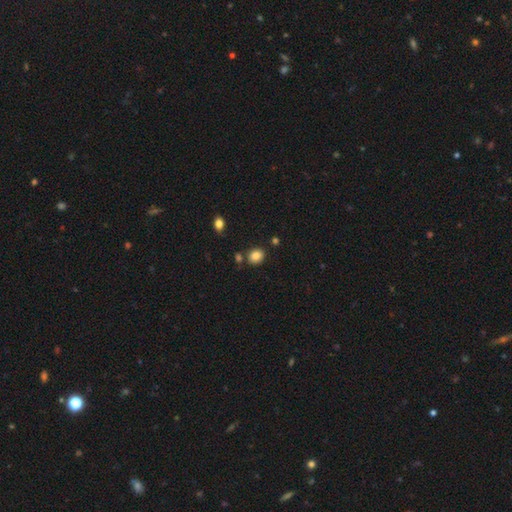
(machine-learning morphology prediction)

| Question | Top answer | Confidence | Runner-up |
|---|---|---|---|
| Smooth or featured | smooth | 85% | star or artifact (10%) |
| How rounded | round | 61% | in between (38%) |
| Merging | none | 79% | minor disturbance (10%) |